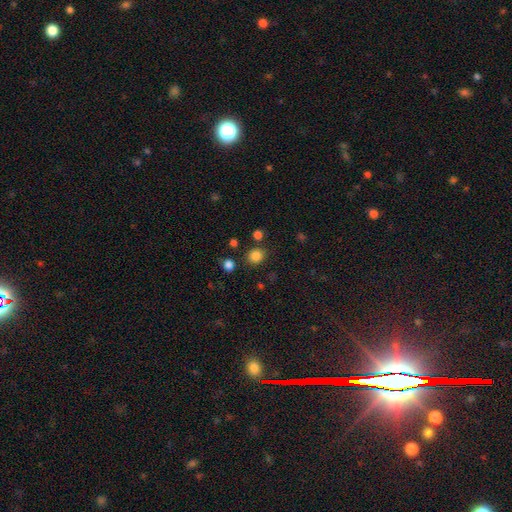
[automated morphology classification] Overall: smooth (83%). How rounded: round (83%). Merging: none (82%).